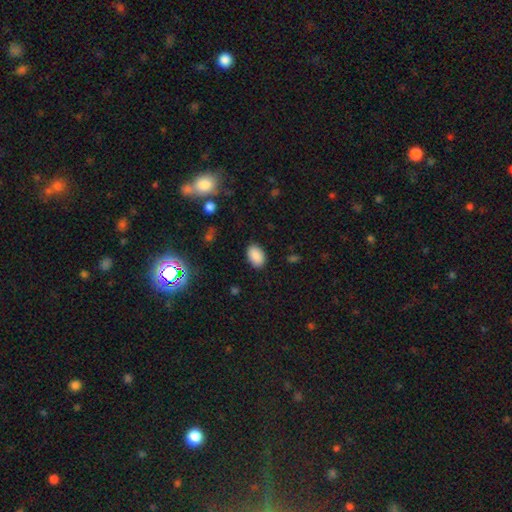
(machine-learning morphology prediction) Q: Smooth or featured?
A: smooth (89%); runner-up: star or artifact (8%)
Q: How rounded?
A: in between (89%); runner-up: round (10%)
Q: Merging?
A: none (88%); runner-up: minor disturbance (9%)